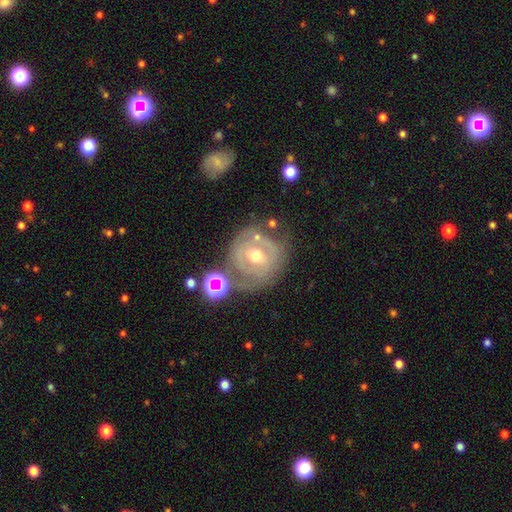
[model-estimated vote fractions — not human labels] featured or disk 69%, smooth 21%, star or artifact 10%. Down the decision tree: edge-on disk — no (96%); bar — no (53%); spiral arms — yes (64%); bulge size — moderate (66%); merging — none (61%).